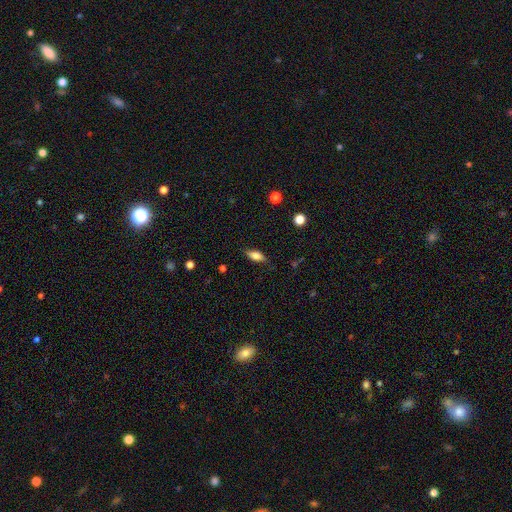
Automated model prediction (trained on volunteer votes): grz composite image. It shows a smooth galaxy with no disk features (73%) that is in between round and cigar-shaped (78%). Merging: none (80%).